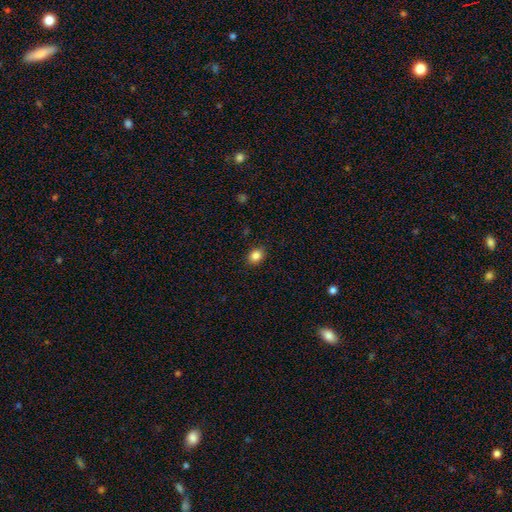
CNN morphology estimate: This is clearly a smooth galaxy (85%). How rounded: possibly round (54%). Merging: clearly none (89%).